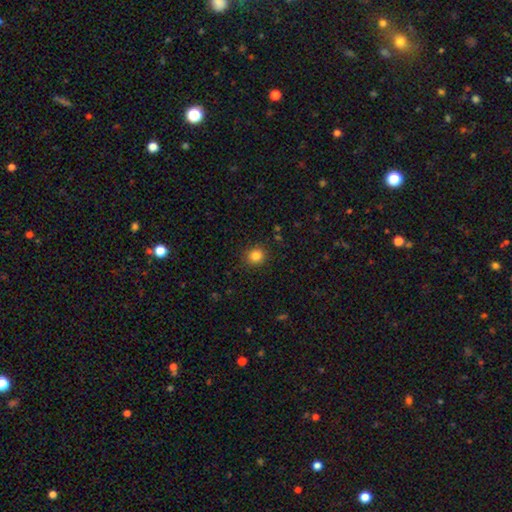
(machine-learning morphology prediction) Smooth or featured? smooth (84%)
How rounded? round (87%)
Merging? none (89%)